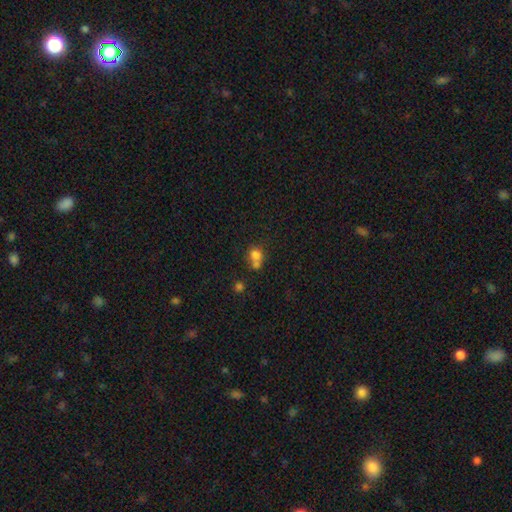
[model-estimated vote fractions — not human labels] smooth 76%, star or artifact 12%, featured or disk 11%. Down the decision tree: how rounded — round (78%); merging — merger (50%).